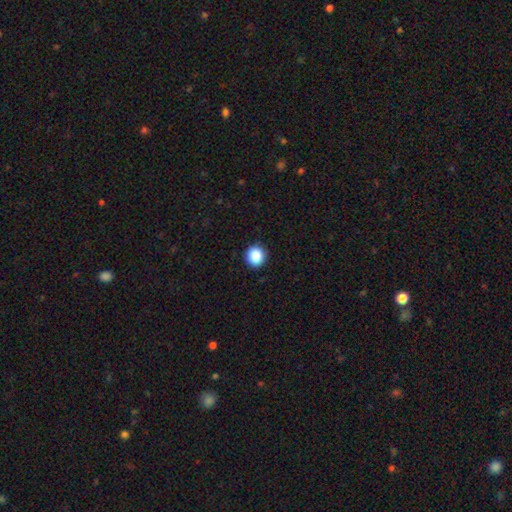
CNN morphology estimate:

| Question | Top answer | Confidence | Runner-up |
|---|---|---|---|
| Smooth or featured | smooth | 88% | star or artifact (9%) |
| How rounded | round | 92% | in between (8%) |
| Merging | none | 92% | minor disturbance (6%) |